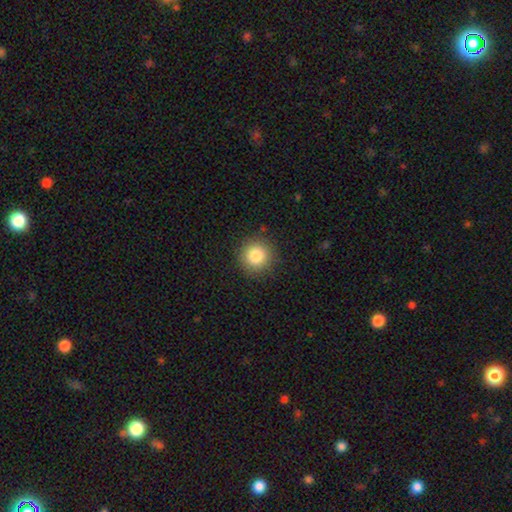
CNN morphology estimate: Smooth or featured? smooth (83%)
How rounded? round (94%)
Merging? none (90%)